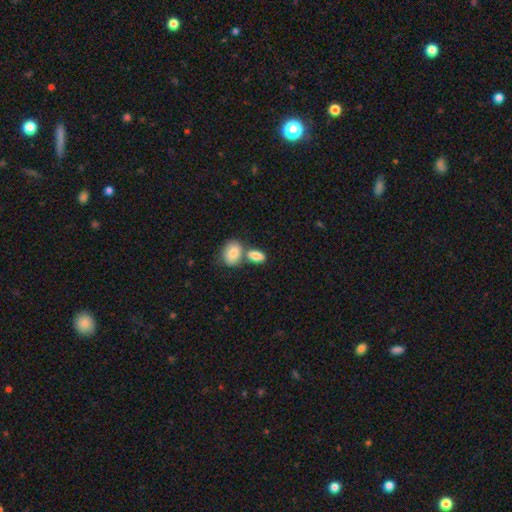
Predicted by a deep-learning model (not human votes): A smooth galaxy with no disk features (85%) that is in between round and cigar-shaped (88%).

Vote fractions:
- Smooth or featured? smooth: 85% / featured or disk: 8% / star or artifact: 7%
- How rounded? in between: 88% / round: 9% / cigar-shaped: 3%
- Merging? merger: 43% (tied) / none: 43% (tied) / minor disturbance: 10% / major disturbance: 4%